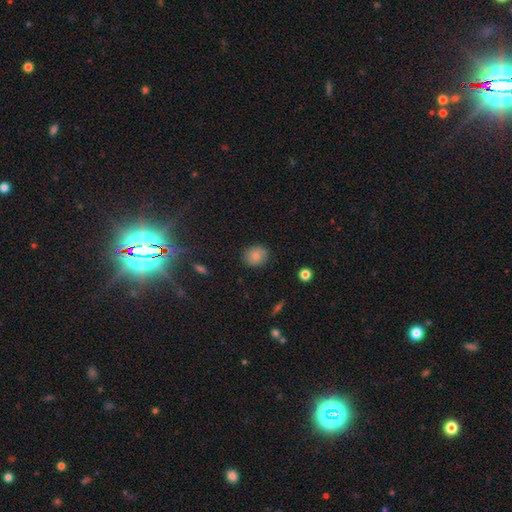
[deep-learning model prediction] smooth_or_featured: smooth (p=0.83) [alt: star or artifact p=0.09]
how_rounded: round (p=0.68) [alt: in between p=0.31]
merging: none (p=0.83) [alt: minor disturbance p=0.13]